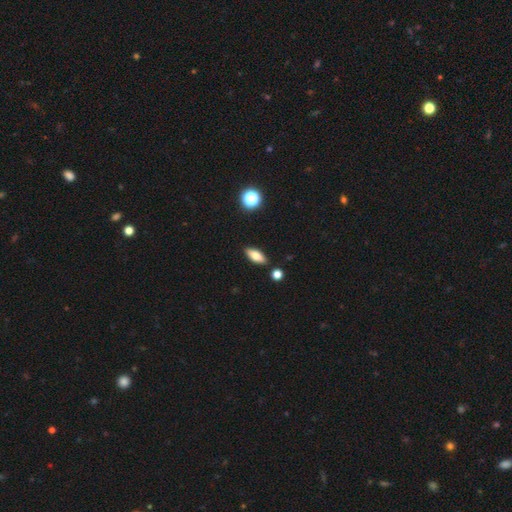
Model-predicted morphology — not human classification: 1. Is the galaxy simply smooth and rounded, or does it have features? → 73% smooth, 19% featured or disk, 9% star or artifact.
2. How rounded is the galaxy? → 75% in between, 21% cigar-shaped, 4% round.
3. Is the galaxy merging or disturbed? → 87% none, 8% minor disturbance, 3% merger, 2% major disturbance.